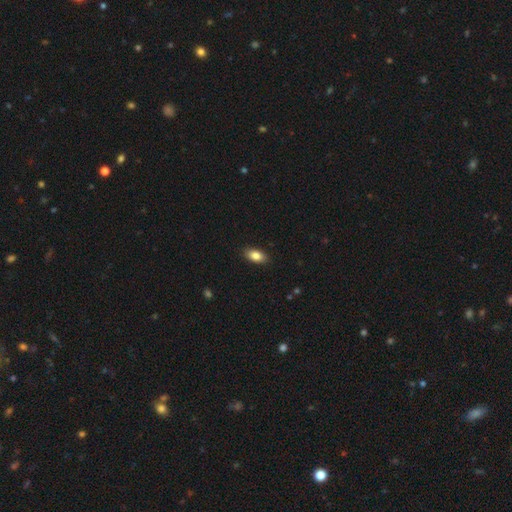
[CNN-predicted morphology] smooth 85%, star or artifact 8%, featured or disk 7%. Down the decision tree: how rounded — in between (91%); merging — none (89%).